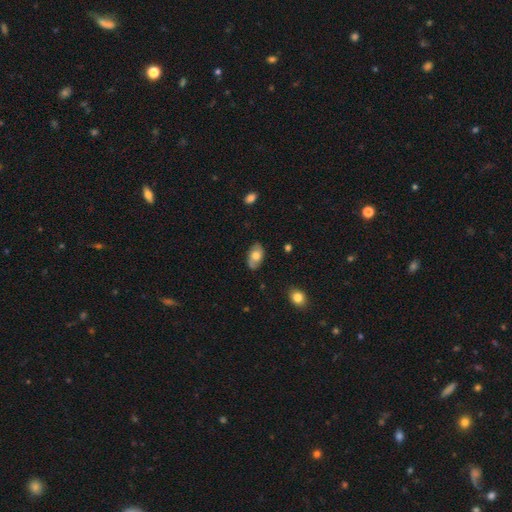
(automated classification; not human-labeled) Smooth or featured? smooth (61%)
How rounded? in between (92%)
Merging? none (78%)